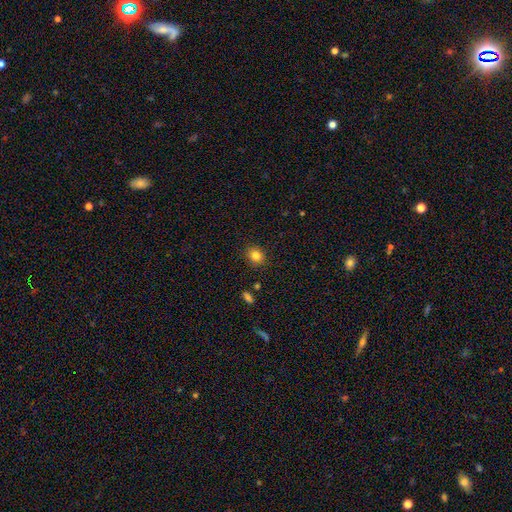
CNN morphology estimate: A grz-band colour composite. It shows a smooth galaxy with no disk features (83%) that is round (68%). Merging: none (88%).